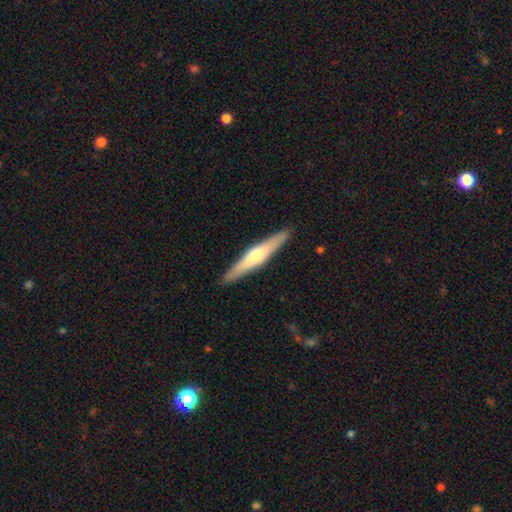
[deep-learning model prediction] Smooth or featured?
  - featured or disk: 57% *
  - smooth: 38%
  - star or artifact: 5%
Edge-on disk?
  - yes: 96% *
  - no: 4%
Edge-on bulge?
  - rounded: 82% *
  - none: 9%
  - boxy: 8%
Merging?
  - none: 91% *
  - minor disturbance: 7%
  - major disturbance: 1%
  - merger: 1%